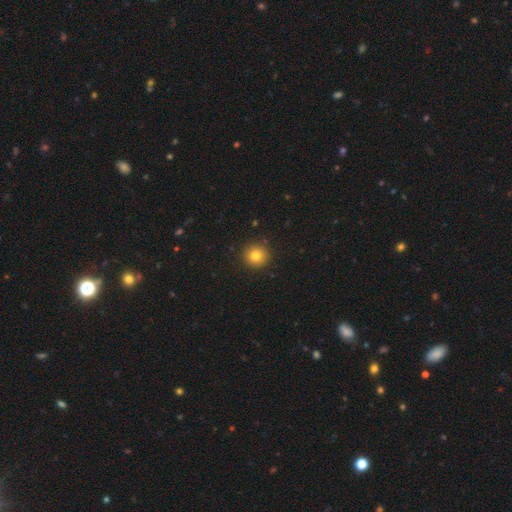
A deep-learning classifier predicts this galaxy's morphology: smooth_or_featured: smooth (p=0.81) [alt: star or artifact p=0.12]
how_rounded: round (p=0.93) [alt: in between p=0.06]
merging: none (p=0.91) [alt: minor disturbance p=0.06]